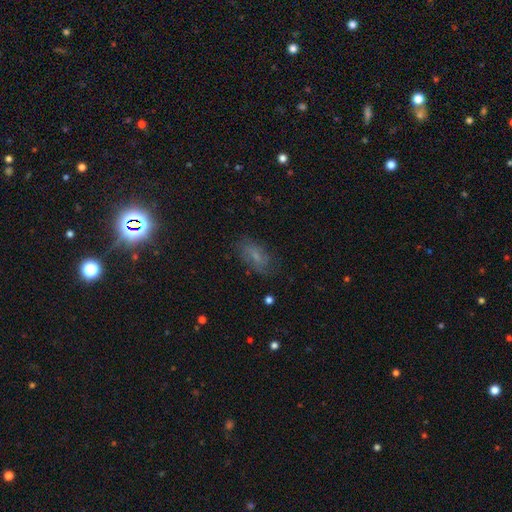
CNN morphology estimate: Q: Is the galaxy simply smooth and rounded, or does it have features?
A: smooth — 45%.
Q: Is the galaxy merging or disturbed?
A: none — 69%.